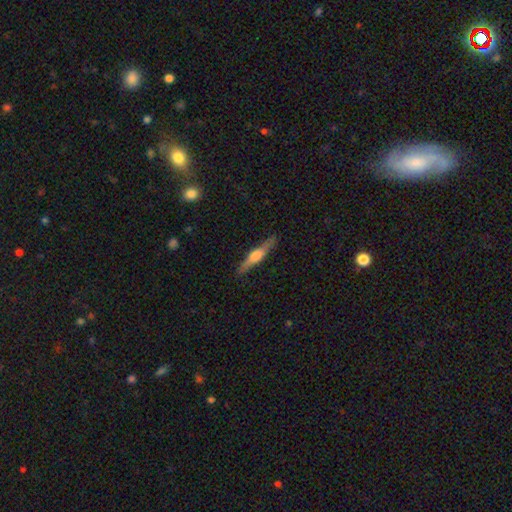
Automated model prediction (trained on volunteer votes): This is possibly a featured or disk galaxy (59%). It is clearly viewed edge-on (95%). Edge-on bulge: clearly rounded (81%). Merging: clearly none (87%).